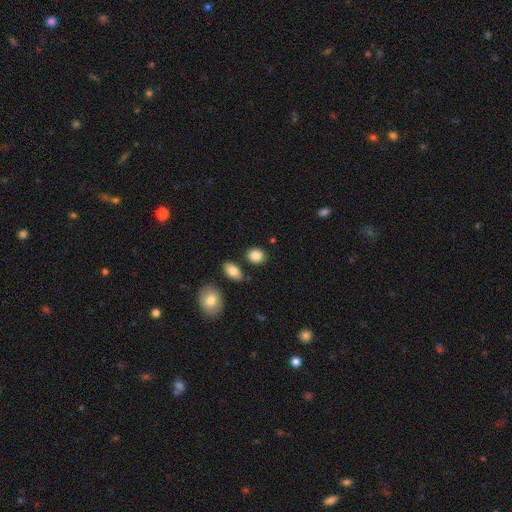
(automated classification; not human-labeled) smooth-or-featured: smooth: 86% | star or artifact: 8% | featured or disk: 6%
  how-rounded: round: 57% | in between: 42% | cigar-shaped: 1%
  merging: none: 81% | minor disturbance: 10% | merger: 6% | major disturbance: 3%